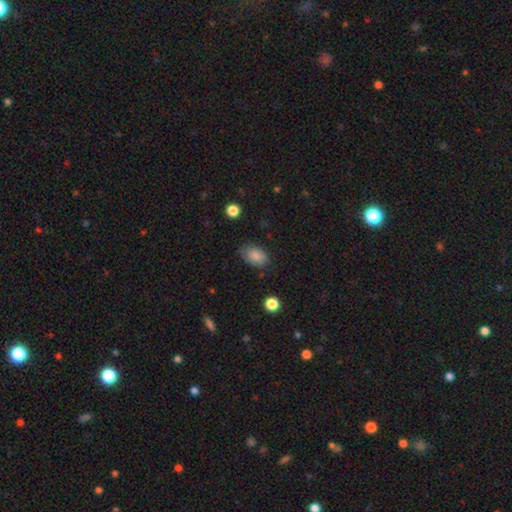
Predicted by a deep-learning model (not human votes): smooth_or_featured: smooth (p=0.85) [alt: star or artifact p=0.08]
how_rounded: in between (p=0.87) [alt: round p=0.12]
merging: none (p=0.73) [alt: minor disturbance p=0.20]